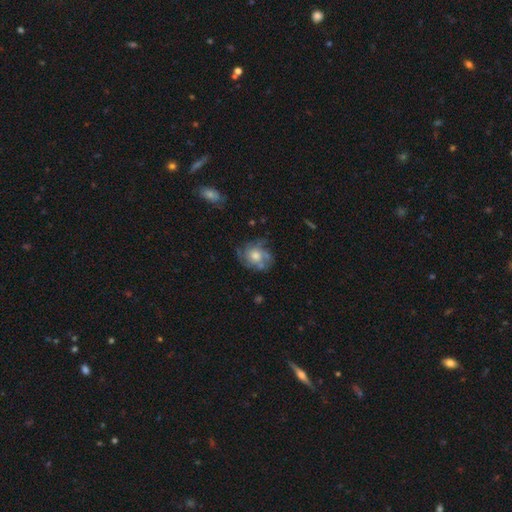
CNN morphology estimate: Smooth or featured?
  - featured or disk: 64% *
  - smooth: 26%
  - star or artifact: 10%
Edge-on disk?
  - no: 97% *
  - yes: 3%
Bar?
  - no: 82% *
  - weak: 16%
  - strong: 2%
Spiral arms?
  - yes: 79% *
  - no: 21%
Bulge size?
  - moderate: 60% *
  - large: 19%
  - small: 16%
  - none: 3%
  - dominant: 2%
Merging?
  - none: 66% *
  - minor disturbance: 20%
  - major disturbance: 11%
  - merger: 3%